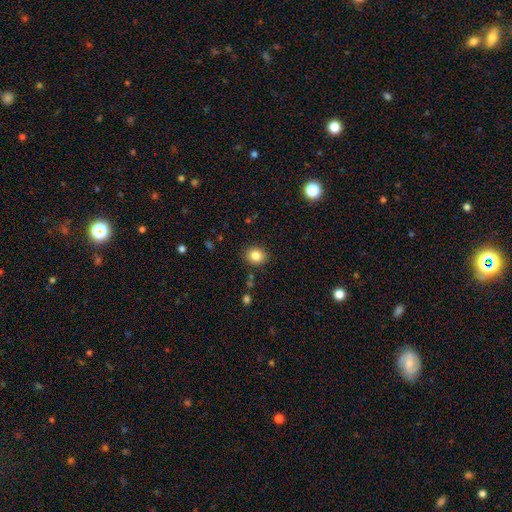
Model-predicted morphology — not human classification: smooth 84%, star or artifact 10%, featured or disk 6%. Down the decision tree: how rounded — round (64%); merging — none (88%).